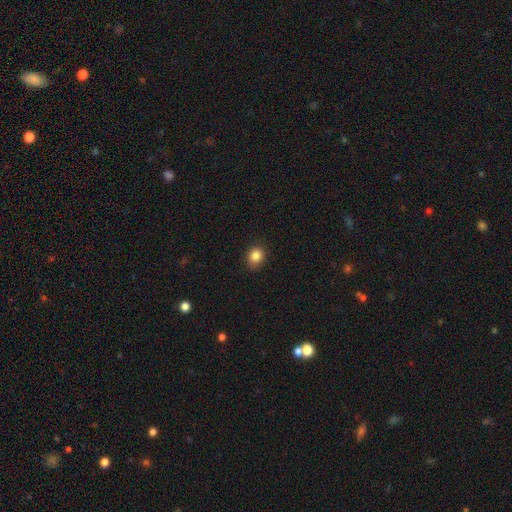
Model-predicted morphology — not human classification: Smooth or featured?
  - smooth: 85% *
  - star or artifact: 11%
  - featured or disk: 4%
How rounded?
  - round: 66% *
  - in between: 33%
  - cigar-shaped: 1%
Merging?
  - none: 85% *
  - minor disturbance: 11%
  - major disturbance: 2%
  - merger: 1%